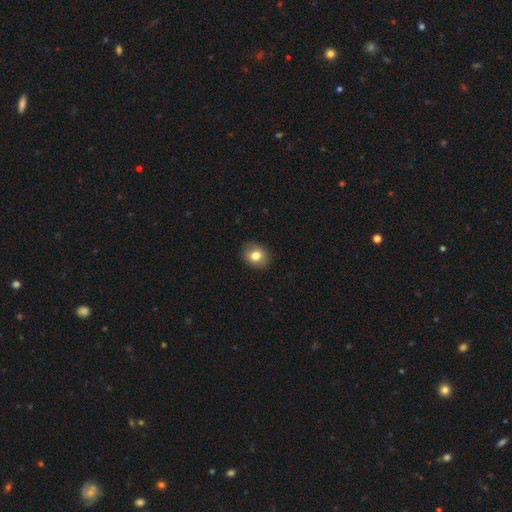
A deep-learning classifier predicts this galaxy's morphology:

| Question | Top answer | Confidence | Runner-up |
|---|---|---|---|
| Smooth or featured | smooth | 80% | featured or disk (10%) |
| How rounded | round | 66% | in between (33%) |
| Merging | none | 90% | minor disturbance (7%) |